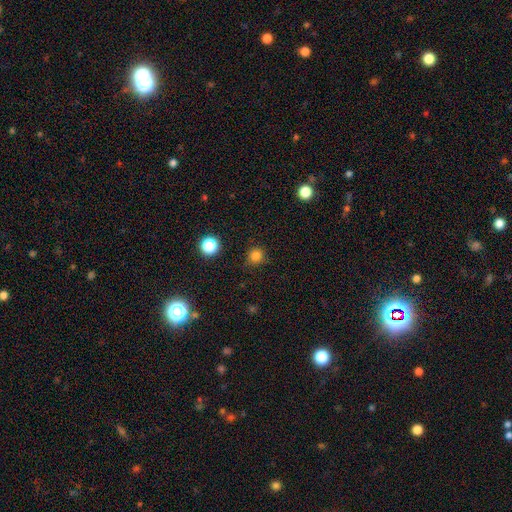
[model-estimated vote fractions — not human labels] The model was most divided on "smooth or featured": smooth: 81%, star or artifact: 15%, featured or disk: 4%. More confident: how rounded — round (93%); merging — none (86%).